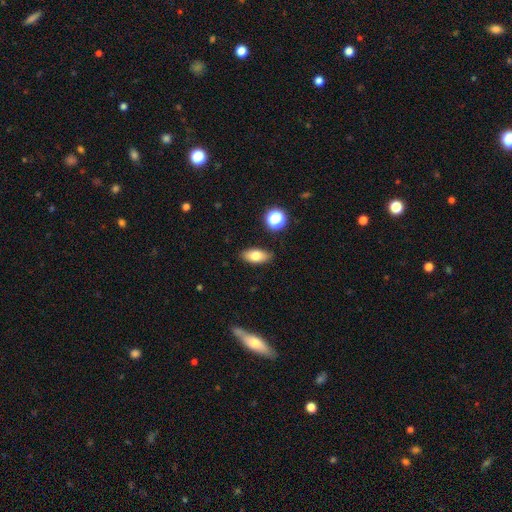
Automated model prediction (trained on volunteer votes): smooth-or-featured: smooth: 78% | featured or disk: 13% | star or artifact: 9%
  how-rounded: in between: 87% | cigar-shaped: 8% | round: 5%
  merging: none: 86% | minor disturbance: 10% | major disturbance: 2% | merger: 2%